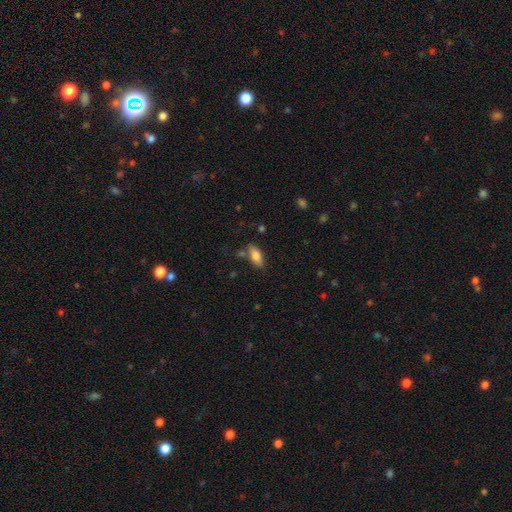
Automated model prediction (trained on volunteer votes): A smooth galaxy with no disk features (78%) that is in between round and cigar-shaped (81%).

Vote fractions:
- Smooth or featured? smooth: 78% / featured or disk: 15% / star or artifact: 7%
- How rounded? in between: 81% / cigar-shaped: 16% / round: 3%
- Merging? none: 75% / minor disturbance: 15% / merger: 7% / major disturbance: 3%